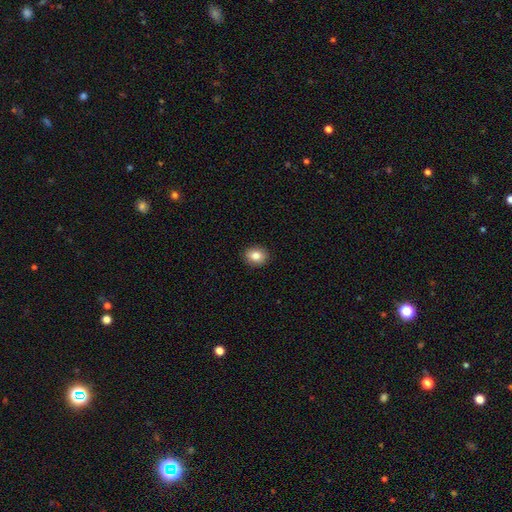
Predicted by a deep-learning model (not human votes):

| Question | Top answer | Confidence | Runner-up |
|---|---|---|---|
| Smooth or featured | smooth | 84% | star or artifact (9%) |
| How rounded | round | 55% | in between (44%) |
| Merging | none | 90% | minor disturbance (7%) |